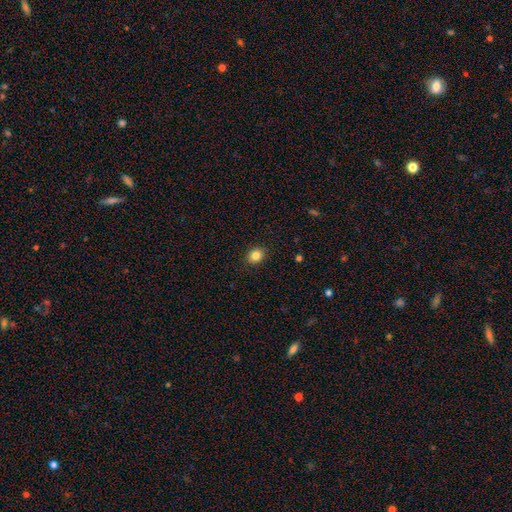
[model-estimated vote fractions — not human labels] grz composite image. It shows a smooth galaxy with no disk features (84%) that is round (65%). Merging: none (90%).